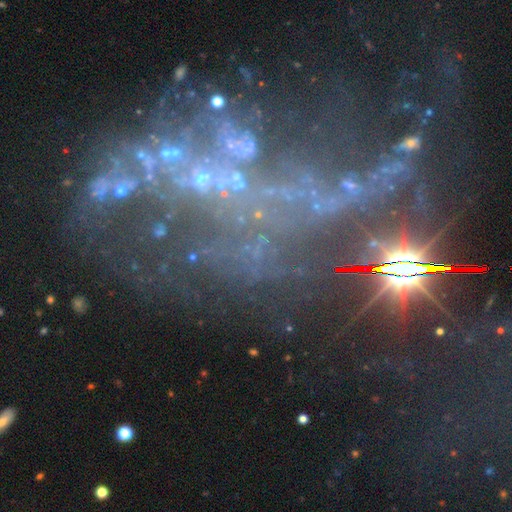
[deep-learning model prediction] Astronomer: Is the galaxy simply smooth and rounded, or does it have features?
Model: star or artifact — 49% (runner-up: featured or disk, 40%).